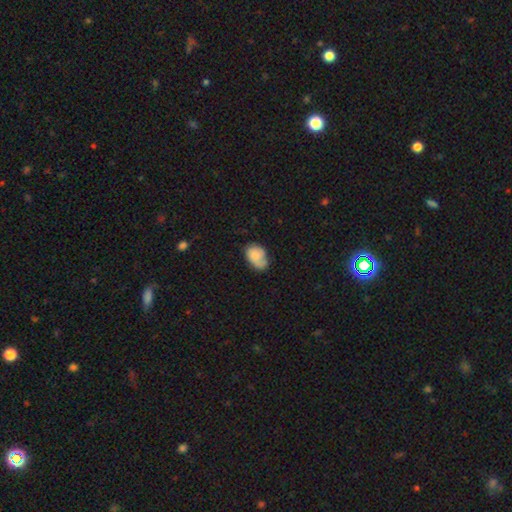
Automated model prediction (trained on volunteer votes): Q: Smooth or featured?
A: smooth (65%); runner-up: featured or disk (27%)
Q: How rounded?
A: in between (81%); runner-up: round (17%)
Q: Merging?
A: none (49%); runner-up: minor disturbance (35%)